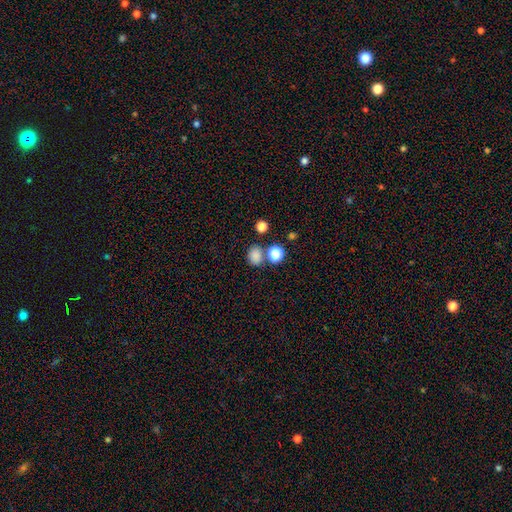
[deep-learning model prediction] Smooth or featured?
  - smooth: 81% *
  - star or artifact: 14%
  - featured or disk: 5%
How rounded?
  - round: 59% *
  - in between: 40%
  - cigar-shaped: 1%
Merging?
  - none: 65% *
  - merger: 20%
  - minor disturbance: 11%
  - major disturbance: 4%